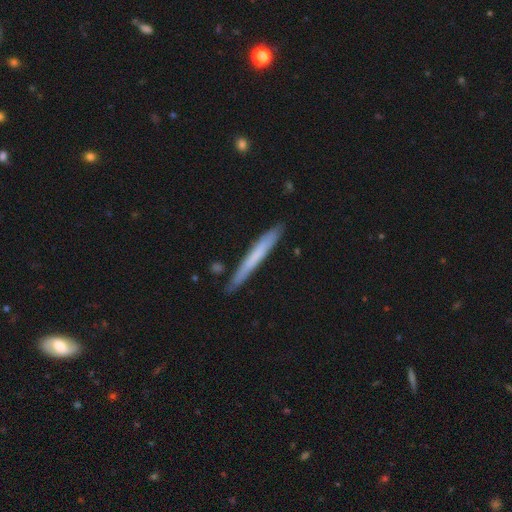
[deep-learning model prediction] smooth_or_featured: smooth (p=0.57) [alt: featured or disk p=0.37]
how_rounded: cigar-shaped (p=0.97) [alt: in between p=0.02]
merging: none (p=0.84) [alt: minor disturbance p=0.12]